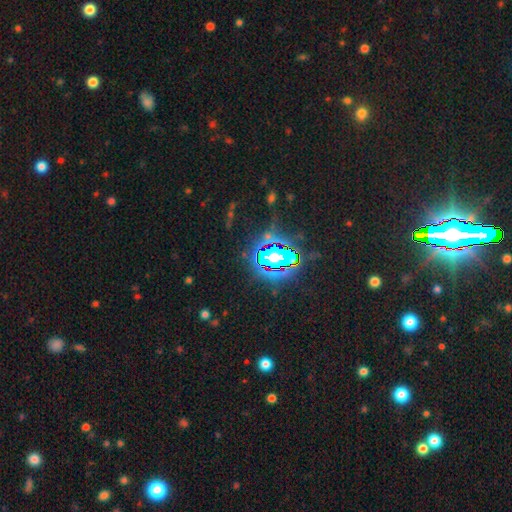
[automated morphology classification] A star or artifact, not a galaxy (84%).

Vote fractions:
- Smooth or featured? star or artifact: 84% / smooth: 9% / featured or disk: 7%